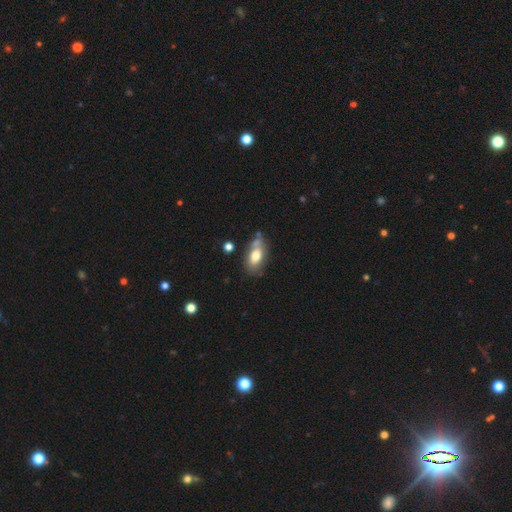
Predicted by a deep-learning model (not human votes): Smooth or featured? smooth (69%)
How rounded? in between (89%)
Merging? none (54%)